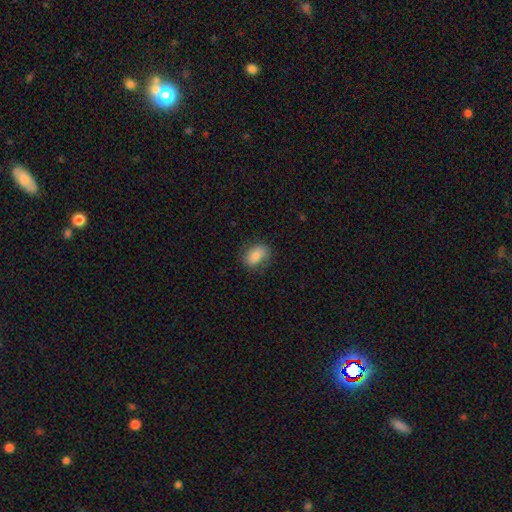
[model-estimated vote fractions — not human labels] A smooth galaxy with no disk features (75%) that is in between round and cigar-shaped (80%). Merging: none (76%).